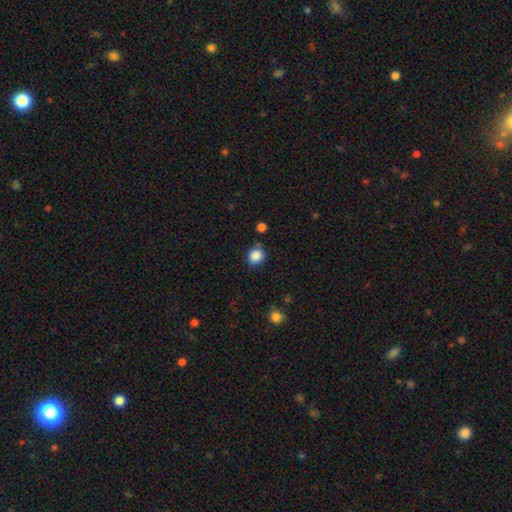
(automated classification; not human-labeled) This appears to be a smooth galaxy with no disk features (86%) that is round (81%). Merging: none (78%).